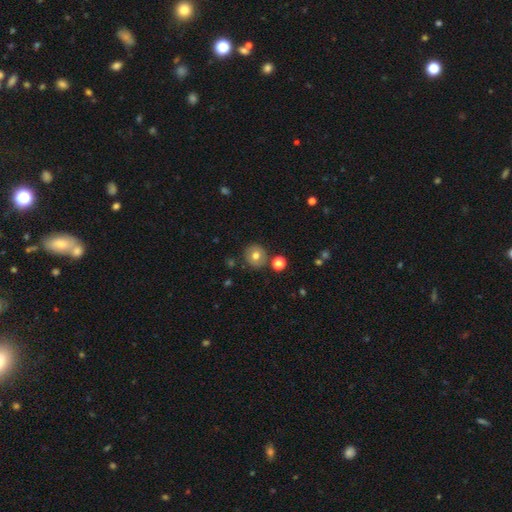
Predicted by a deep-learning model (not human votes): Smooth or featured?
  - smooth: 72% *
  - featured or disk: 17%
  - star or artifact: 11%
How rounded?
  - round: 90% *
  - in between: 9%
  - cigar-shaped: 1%
Merging?
  - none: 84% *
  - minor disturbance: 8%
  - merger: 5%
  - major disturbance: 2%